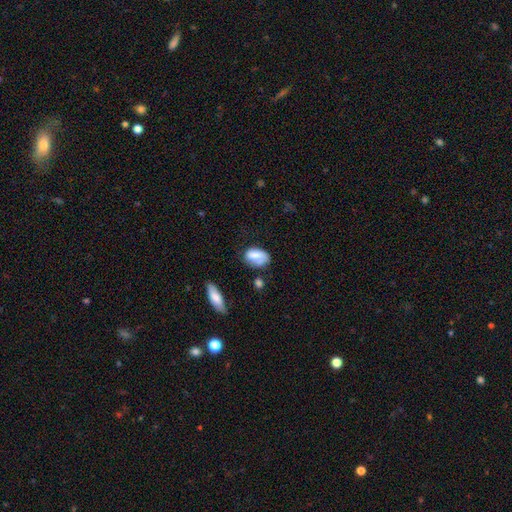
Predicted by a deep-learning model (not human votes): smooth-or-featured: smooth: 72% | featured or disk: 21% | star or artifact: 8%
  how-rounded: in between: 88% | round: 10% | cigar-shaped: 2%
  merging: none: 44% | minor disturbance: 32% | major disturbance: 15% | merger: 9%